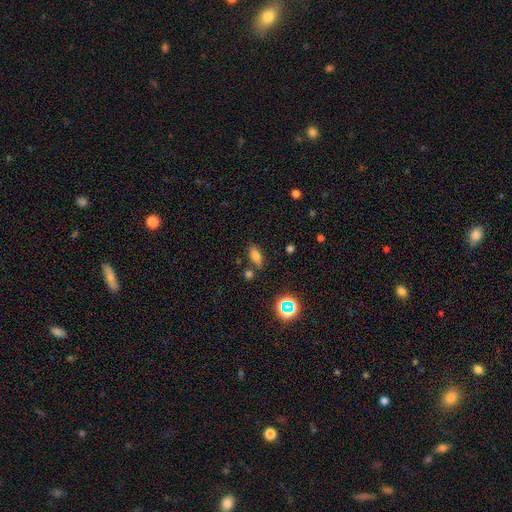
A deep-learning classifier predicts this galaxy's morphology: The model was most divided on "smooth or featured": smooth: 73%, star or artifact: 15%, featured or disk: 12%. More confident: how rounded — in between (81%); merging — none (75%).